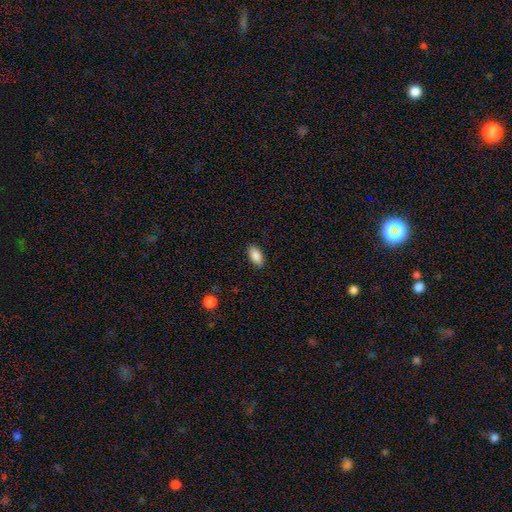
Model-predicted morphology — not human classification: Smooth or featured: smooth — 87% (star or artifact — 7%)
How rounded: in between — 92% (cigar-shaped — 5%)
Merging: none — 87% (minor disturbance — 9%)